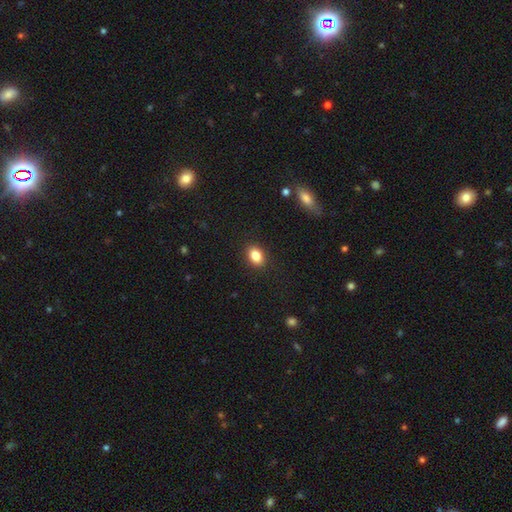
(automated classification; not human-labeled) Smooth or featured? Predicted: smooth (p=0.85). How rounded? Predicted: in between (p=0.78). Merging? Predicted: none (p=0.89).